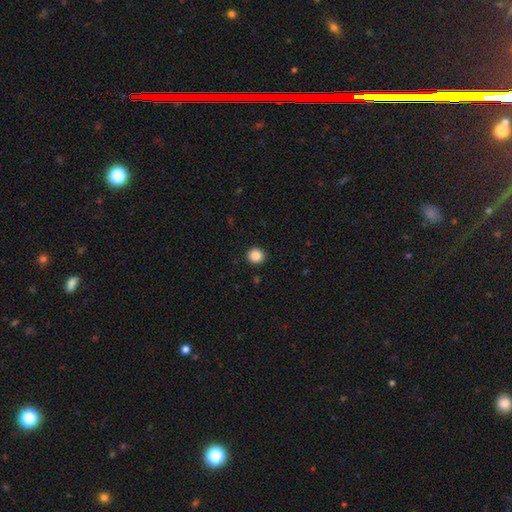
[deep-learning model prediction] A smooth galaxy with no disk features (87%) that is round (91%).

Vote fractions:
- Smooth or featured? smooth: 87% / star or artifact: 10% / featured or disk: 3%
- How rounded? round: 91% / in between: 8% / cigar-shaped: 1%
- Merging? none: 92% / minor disturbance: 5% / major disturbance: 2% / merger: 1%